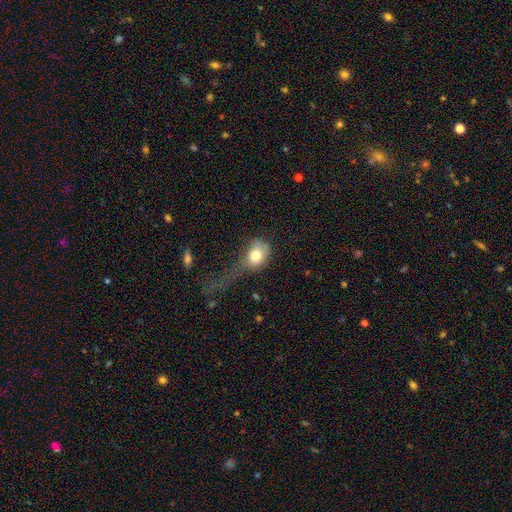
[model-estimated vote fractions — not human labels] Morphology: type=smooth (75%); roundness=in between (54%); merging=major disturbance (54%).